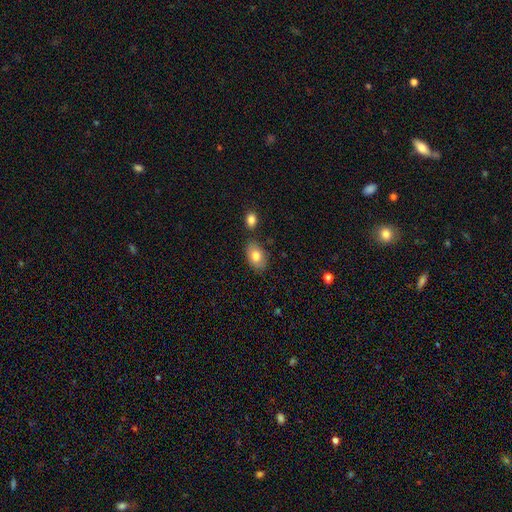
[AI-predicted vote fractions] Morphology: type=smooth (79%); roundness=in between (86%); merging=none (73%).